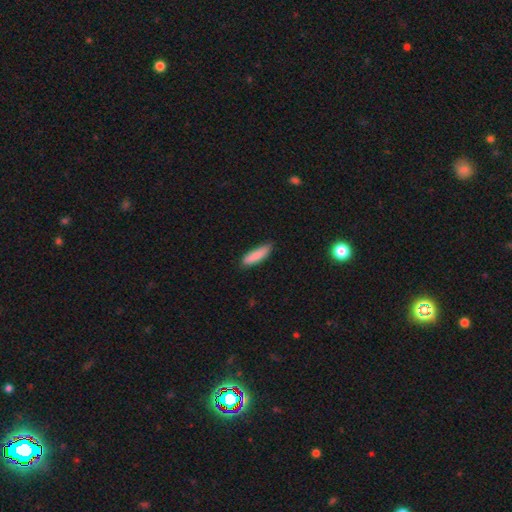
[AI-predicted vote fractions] smooth-or-featured: smooth: 86% | featured or disk: 8% | star or artifact: 6%
  how-rounded: cigar-shaped: 66% | in between: 32% | round: 1%
  merging: none: 78% | minor disturbance: 18% | major disturbance: 2% | merger: 1%